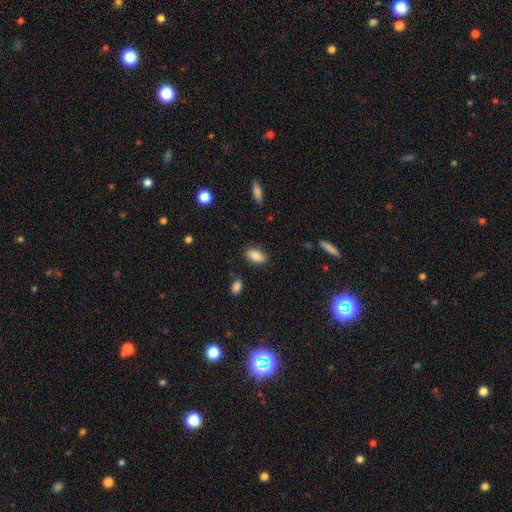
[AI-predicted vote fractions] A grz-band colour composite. It shows a smooth galaxy with no disk features (86%) that is in between round and cigar-shaped (91%). Merging: none (85%).